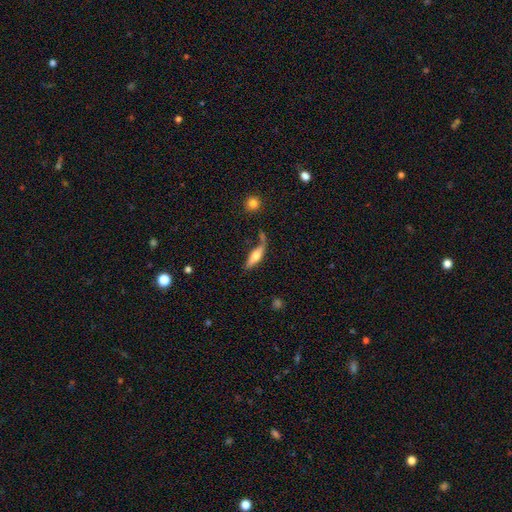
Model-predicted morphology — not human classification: smooth-or-featured: smooth: 48% | featured or disk: 45% | star or artifact: 6%
  merging: none: 56% | minor disturbance: 21% | merger: 12% | major disturbance: 11%